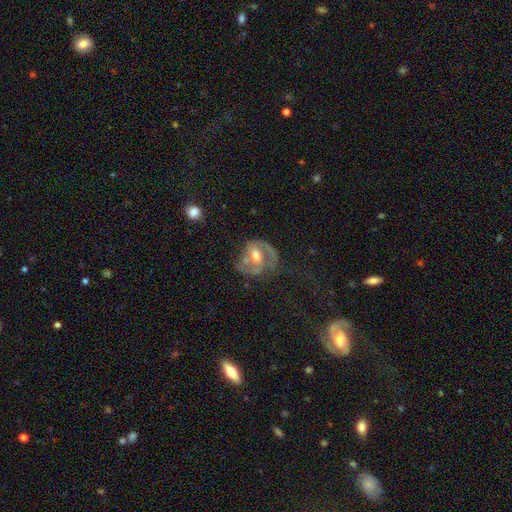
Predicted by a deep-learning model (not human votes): Smooth or featured? Predicted: featured or disk (p=0.72). Edge-on disk? Predicted: no (p=0.97). Bar? Predicted: no (p=0.44). Spiral arms? Predicted: yes (p=0.74). Spiral winding? Predicted: medium (p=0.46). Spiral arm count? Predicted: 2 (p=0.62). Bulge size? Predicted: moderate (p=0.70). Merging? Predicted: none (p=0.42).